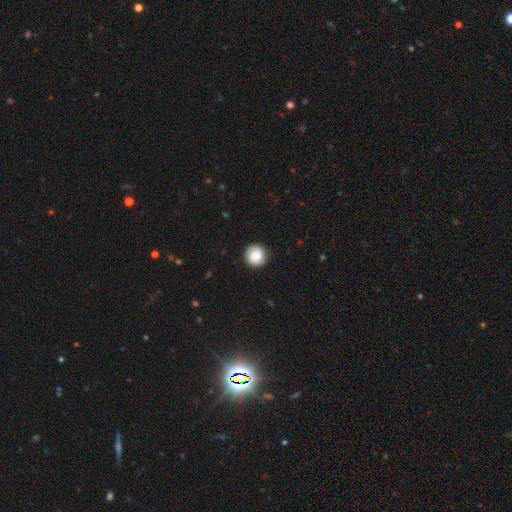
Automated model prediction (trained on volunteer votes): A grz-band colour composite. It shows a smooth galaxy with no disk features (75%) that is round (94%). Merging: none (89%).